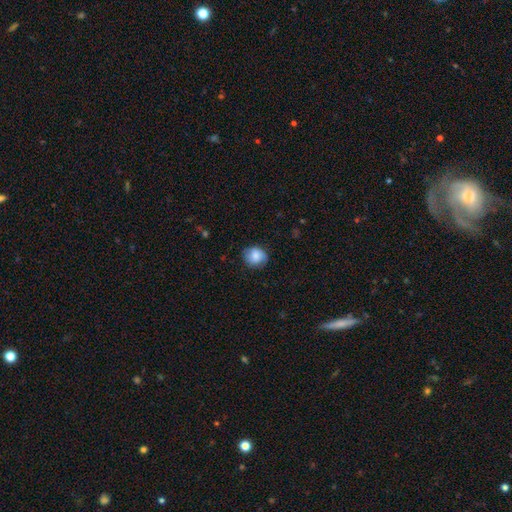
Smooth or featured? 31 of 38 (82%) said smooth. How rounded? 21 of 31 (68%) said round. Merging? 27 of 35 (77%) said none.